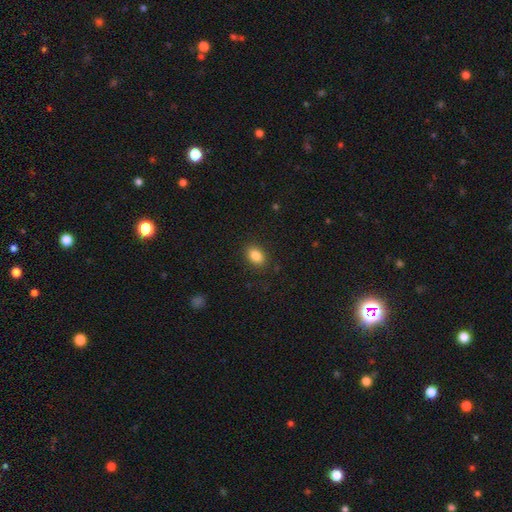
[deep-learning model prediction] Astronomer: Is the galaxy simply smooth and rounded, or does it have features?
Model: smooth — 85%.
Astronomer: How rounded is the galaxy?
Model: in between — 82%.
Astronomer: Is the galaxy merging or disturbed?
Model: none — 88%.